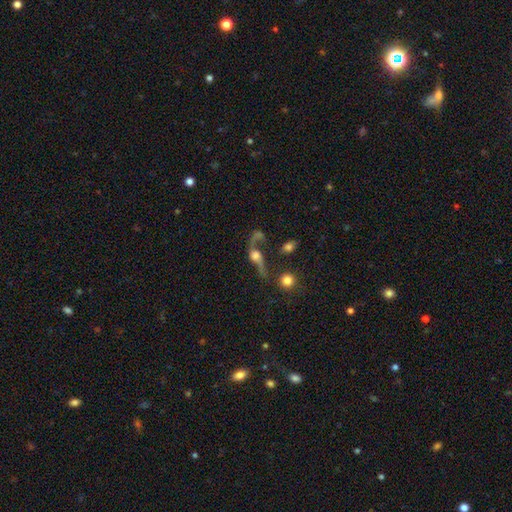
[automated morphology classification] type=featured or disk (68%); edge-on=no (84%); bar=no (72%); spiral arms=yes (82%); bulge=moderate (41%); merging=none (35%).